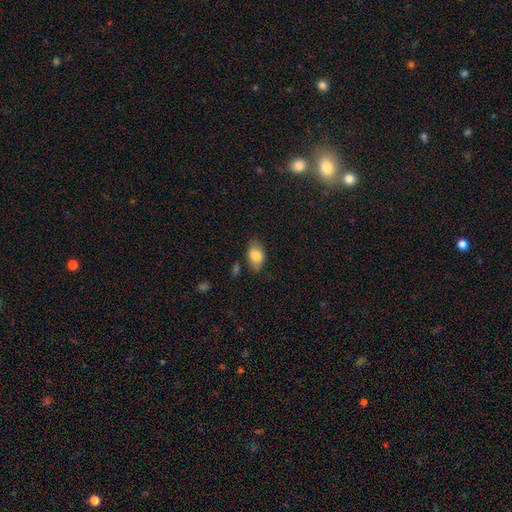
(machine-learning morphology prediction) Smooth or featured: smooth — 81% (featured or disk — 12%)
How rounded: in between — 90% (round — 9%)
Merging: none — 71% (minor disturbance — 21%)